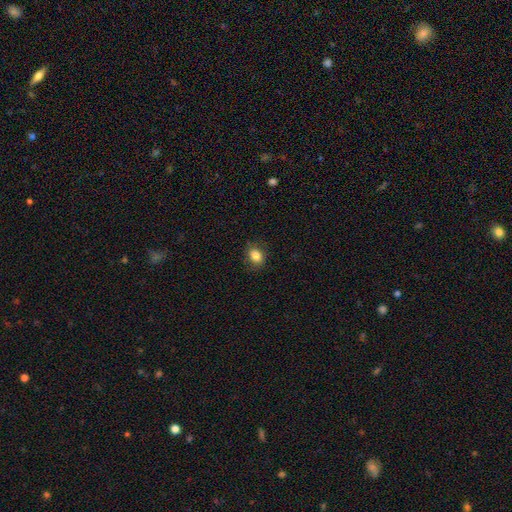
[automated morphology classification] Smooth or featured: smooth — 85% (star or artifact — 9%)
How rounded: in between — 65% (round — 34%)
Merging: none — 85% (minor disturbance — 11%)